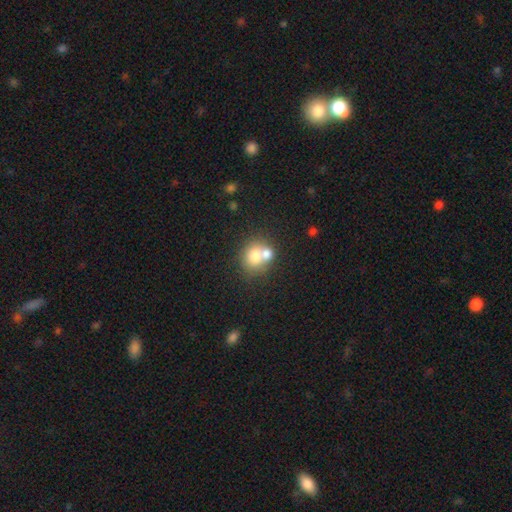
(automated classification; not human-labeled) A smooth galaxy with no disk features (73%) that is round (70%).

Vote fractions:
- Smooth or featured? smooth: 73% / featured or disk: 17% / star or artifact: 10%
- How rounded? round: 70% / in between: 29% / cigar-shaped: 1%
- Merging? merger: 52% / none: 36% / minor disturbance: 8% / major disturbance: 4%